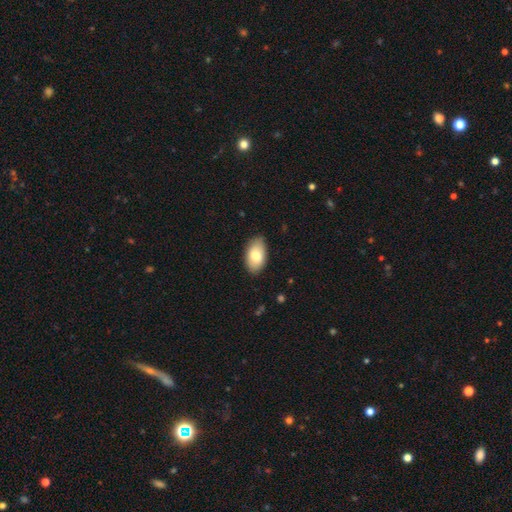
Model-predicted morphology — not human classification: Smooth or featured: smooth — 78% (featured or disk — 16%)
How rounded: in between — 94% (round — 4%)
Merging: none — 83% (minor disturbance — 14%)